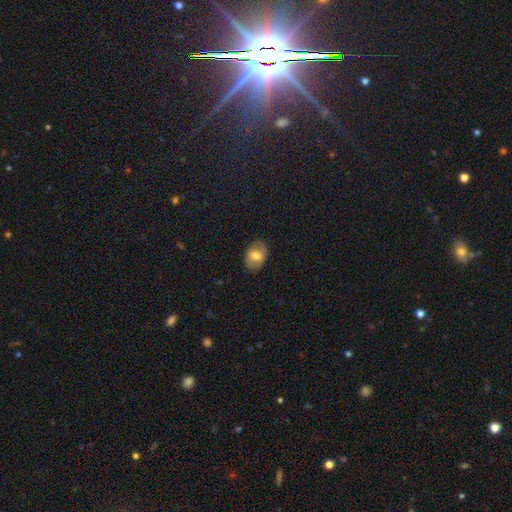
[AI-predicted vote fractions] Smooth or featured? smooth (65%)
How rounded? in between (80%)
Merging? none (80%)